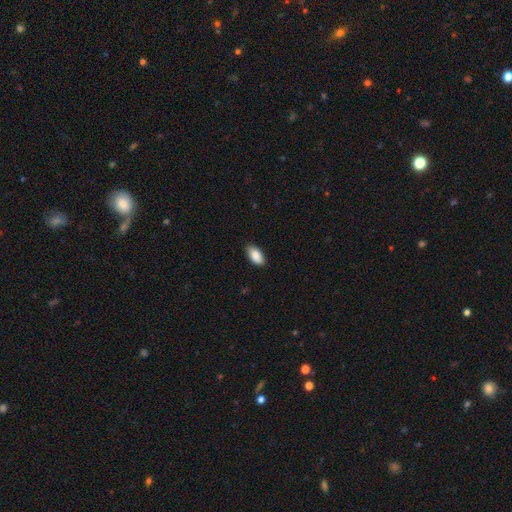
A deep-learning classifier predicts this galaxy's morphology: A smooth galaxy with no disk features (89%) that is in between round and cigar-shaped (94%). Merging: none (86%).